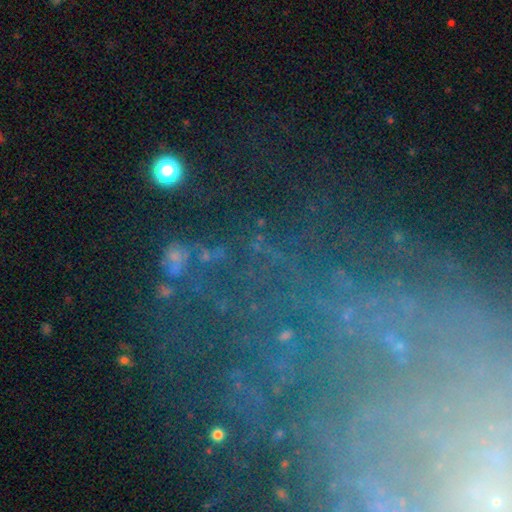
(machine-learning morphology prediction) A star or artifact, not a galaxy (43%).